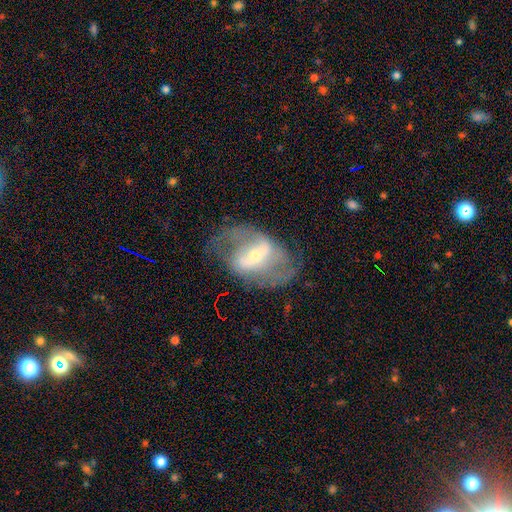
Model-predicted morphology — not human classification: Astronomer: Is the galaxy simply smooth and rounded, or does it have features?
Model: featured or disk — 81%.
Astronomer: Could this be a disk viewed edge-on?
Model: no — 95%.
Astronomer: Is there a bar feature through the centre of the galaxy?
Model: strong — 52% (runner-up: weak, 34%).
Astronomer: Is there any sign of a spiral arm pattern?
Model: yes — 82%.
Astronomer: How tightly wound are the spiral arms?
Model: medium — 43% (runner-up: loose, 41%).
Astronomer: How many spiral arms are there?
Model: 2 — 77%.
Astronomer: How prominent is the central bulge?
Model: small — 61%.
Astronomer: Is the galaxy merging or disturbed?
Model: none — 59%.